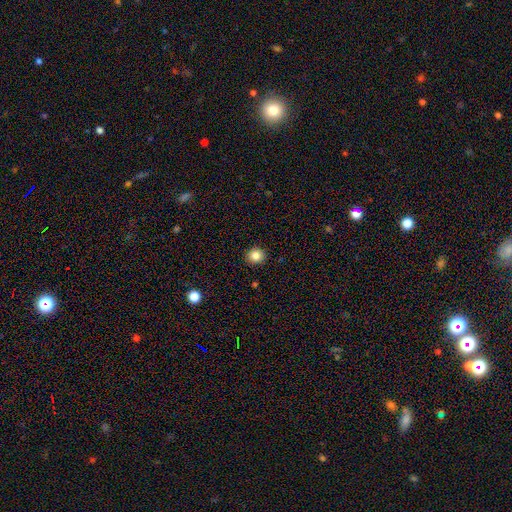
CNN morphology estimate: smooth 85%, star or artifact 10%, featured or disk 5%. Down the decision tree: how rounded — round (86%); merging — none (92%).